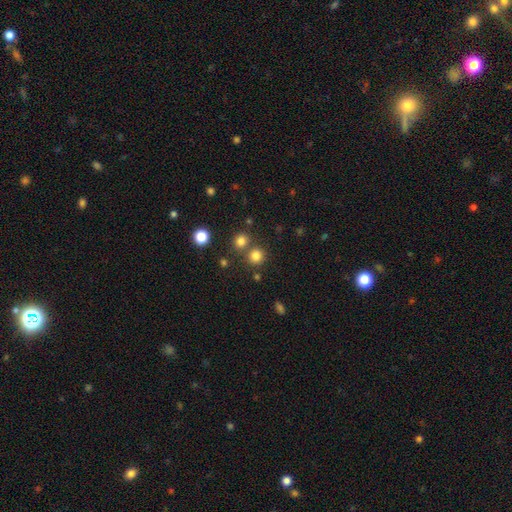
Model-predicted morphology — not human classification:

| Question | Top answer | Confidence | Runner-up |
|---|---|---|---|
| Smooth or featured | smooth | 79% | star or artifact (16%) |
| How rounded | round | 92% | in between (7%) |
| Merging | none | 74% | merger (17%) |